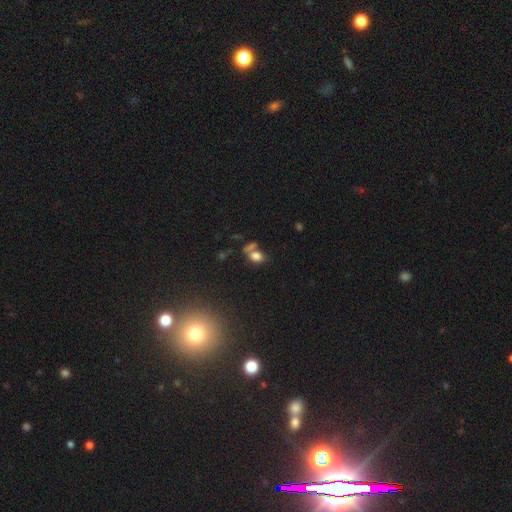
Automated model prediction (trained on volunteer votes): The model was most divided on "merging": none: 45%, merger: 36%, minor disturbance: 12%, major disturbance: 7%. More confident: smooth or featured — smooth (76%); how rounded — in between (73%).